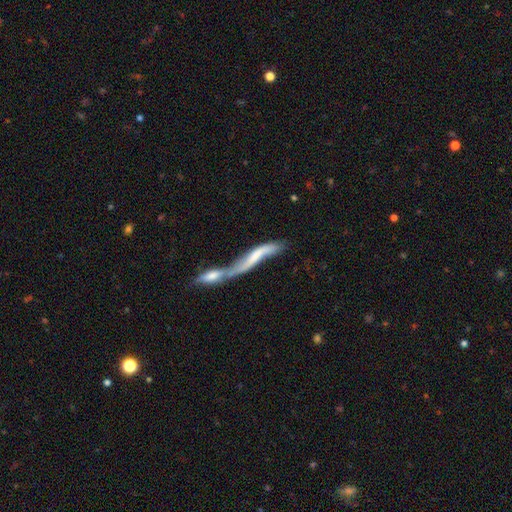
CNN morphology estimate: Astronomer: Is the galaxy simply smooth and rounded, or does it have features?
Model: featured or disk — 60%.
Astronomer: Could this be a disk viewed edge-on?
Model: no — 68%.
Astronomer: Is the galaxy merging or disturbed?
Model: merger — 78%.